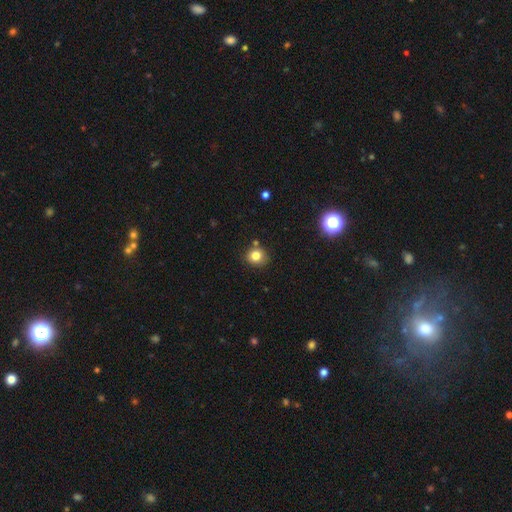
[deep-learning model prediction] Smooth or featured?
  - smooth: 80% *
  - star or artifact: 12%
  - featured or disk: 7%
How rounded?
  - round: 81% *
  - in between: 18%
  - cigar-shaped: 1%
Merging?
  - none: 78% *
  - minor disturbance: 12%
  - merger: 7%
  - major disturbance: 3%